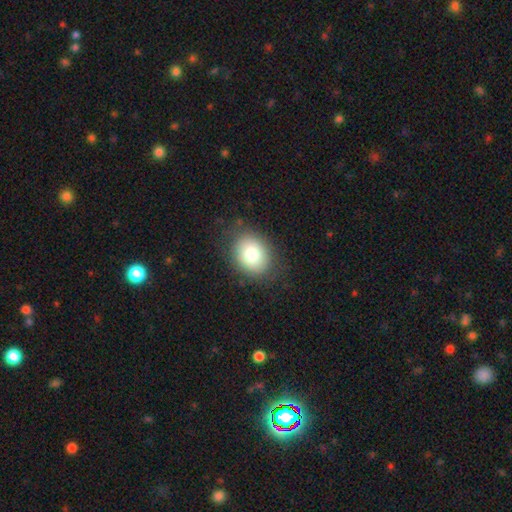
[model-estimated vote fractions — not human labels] Smooth or featured?
  - smooth: 81% *
  - featured or disk: 11%
  - star or artifact: 9%
How rounded?
  - in between: 50% *
  - round: 49%
  - cigar-shaped: 1%
Merging?
  - none: 81% *
  - minor disturbance: 13%
  - major disturbance: 5%
  - merger: 1%